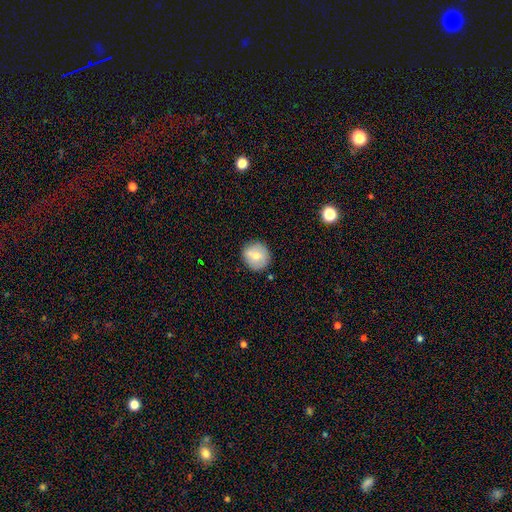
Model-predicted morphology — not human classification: The model was most divided on "smooth or featured": smooth: 68%, featured or disk: 23%, star or artifact: 8%. More confident: how rounded — round (91%); merging — none (80%).